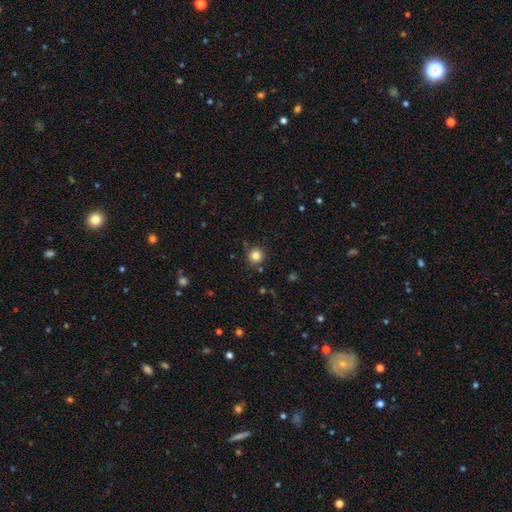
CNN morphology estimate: smooth 82%, star or artifact 13%, featured or disk 5%. Down the decision tree: how rounded — round (94%); merging — none (83%).